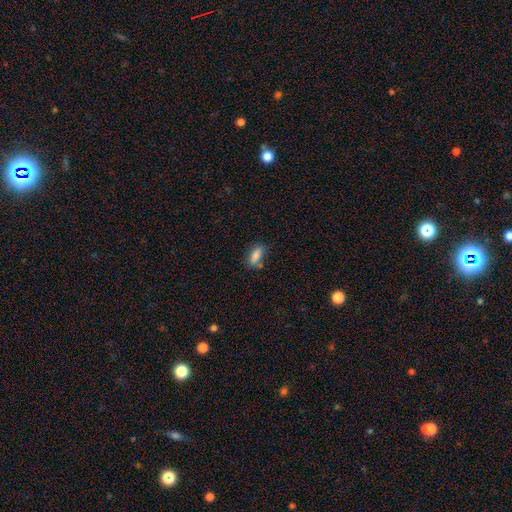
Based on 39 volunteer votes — Smooth or featured?
  - smooth: 87% *
  - featured or disk: 8%
  - star or artifact: 5%
How rounded?
  - in between: 74% *
  - cigar-shaped: 21%
  - round: 6%
Merging?
  - none: 70% *
  - minor disturbance: 22%
  - major disturbance: 5%
  - merger: 3%